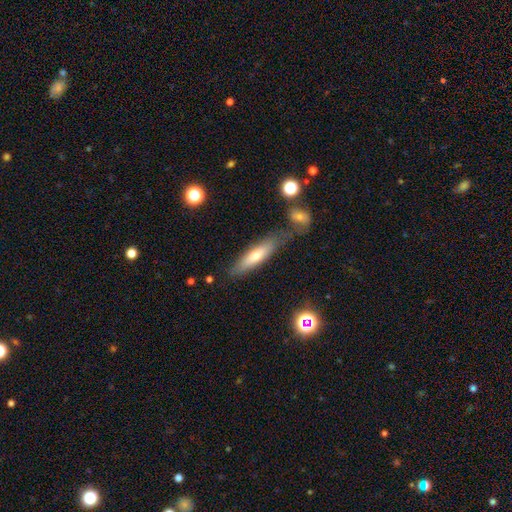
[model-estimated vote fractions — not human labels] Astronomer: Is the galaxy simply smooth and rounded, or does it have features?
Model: smooth — 60%.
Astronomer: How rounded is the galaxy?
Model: cigar-shaped — 76%.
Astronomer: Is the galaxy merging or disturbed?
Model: none — 68%.